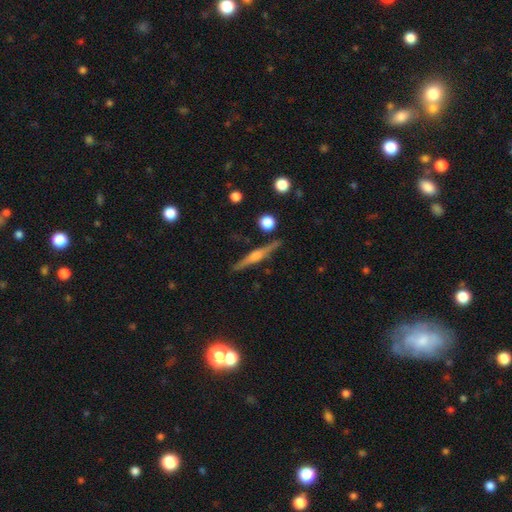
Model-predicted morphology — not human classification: A featured or disk galaxy (75%) viewed edge-on (98%) with a rounded central bulge (75%). Merging: none (90%).